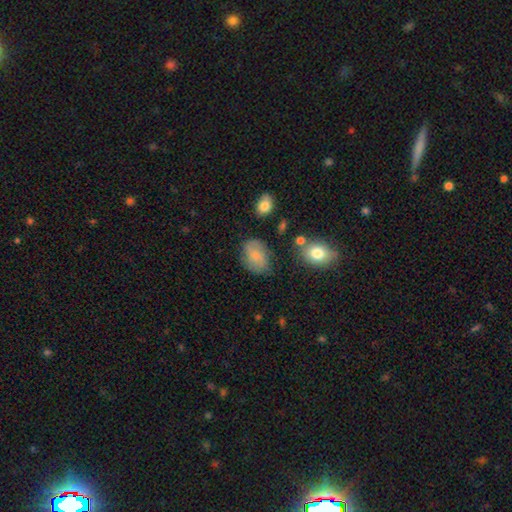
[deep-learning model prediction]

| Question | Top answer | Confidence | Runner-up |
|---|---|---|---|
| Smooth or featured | smooth | 67% | featured or disk (24%) |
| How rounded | in between | 77% | round (22%) |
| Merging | none | 68% | minor disturbance (23%) |